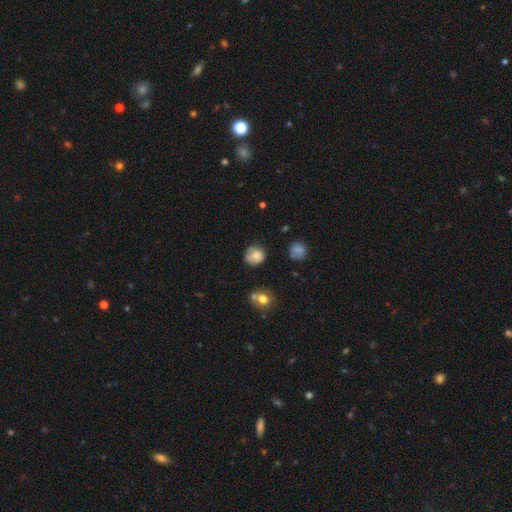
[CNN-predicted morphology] A smooth galaxy with no disk features (74%) that is round (82%). Merging: none (63%).